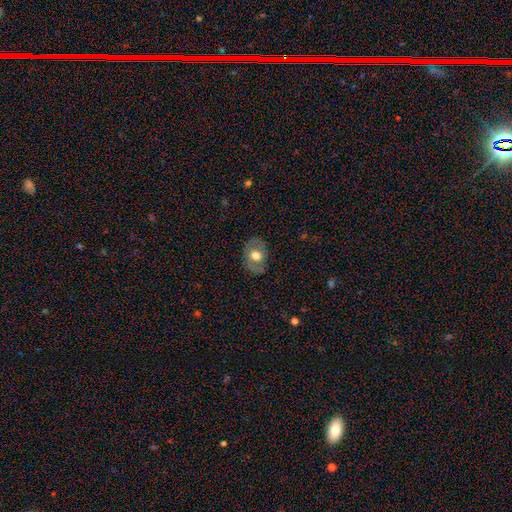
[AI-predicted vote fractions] Smooth or featured?
  - smooth: 52% *
  - featured or disk: 41%
  - star or artifact: 8%
How rounded?
  - in between: 66% *
  - round: 33%
  - cigar-shaped: 1%
Merging?
  - none: 76% *
  - minor disturbance: 17%
  - major disturbance: 6%
  - merger: 1%